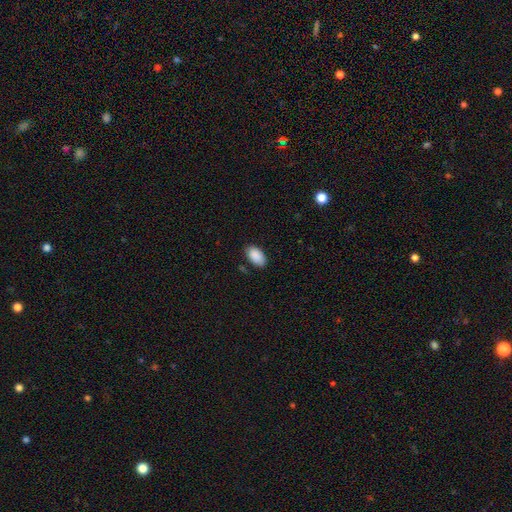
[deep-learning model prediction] Overall: smooth (90%). How rounded: in between (95%). Merging: none (84%).